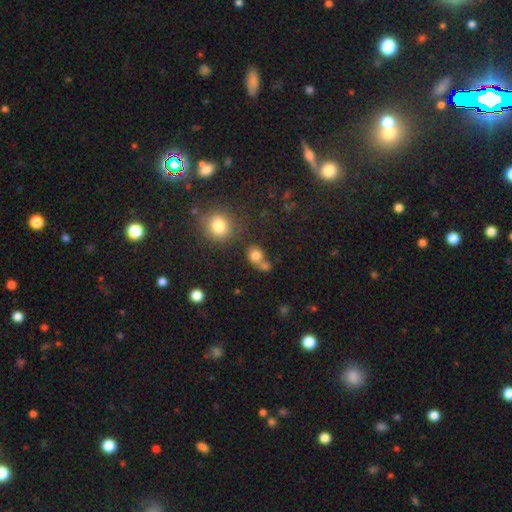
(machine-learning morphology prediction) Smooth or featured? Predicted: smooth (p=0.77). How rounded? Predicted: round (p=0.66). Merging? Predicted: merger (p=0.42).